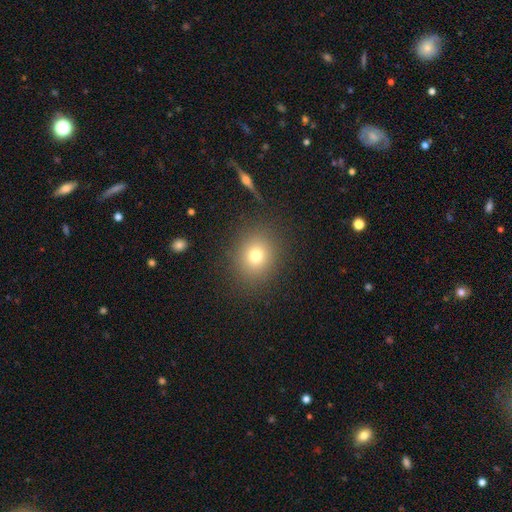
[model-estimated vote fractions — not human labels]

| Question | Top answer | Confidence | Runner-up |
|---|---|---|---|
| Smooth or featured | smooth | 75% | star or artifact (15%) |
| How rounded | round | 75% | in between (24%) |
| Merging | none | 87% | minor disturbance (8%) |